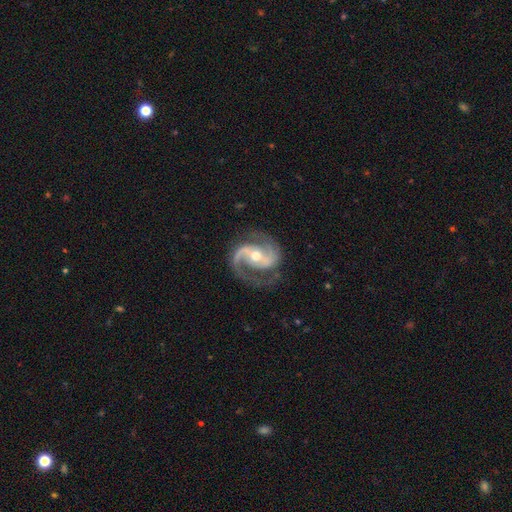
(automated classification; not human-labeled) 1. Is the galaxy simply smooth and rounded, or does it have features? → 93% featured or disk, 4% star or artifact, 3% smooth.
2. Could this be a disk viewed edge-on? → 98% no, 2% yes.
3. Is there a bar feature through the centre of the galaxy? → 39% weak, 35% no, 26% strong.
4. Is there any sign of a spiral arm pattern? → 98% yes, 2% no.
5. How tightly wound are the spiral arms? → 61% medium, 21% tight, 17% loose.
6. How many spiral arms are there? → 92% 2, 3% 1, 2% 3, 2% can't tell, 1% 4, 1% more than 4.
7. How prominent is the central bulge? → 69% moderate, 26% small, 4% large, 1% none, 1% dominant.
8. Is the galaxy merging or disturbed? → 76% none, 15% minor disturbance, 7% major disturbance, 2% merger.